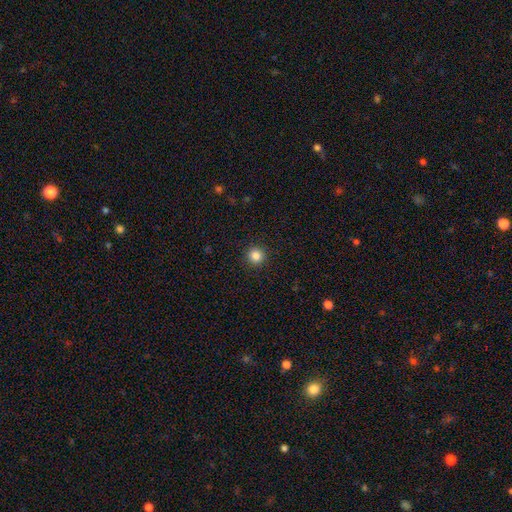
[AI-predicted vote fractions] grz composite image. It shows a smooth galaxy with no disk features (84%) that is round (95%). Merging: none (93%).